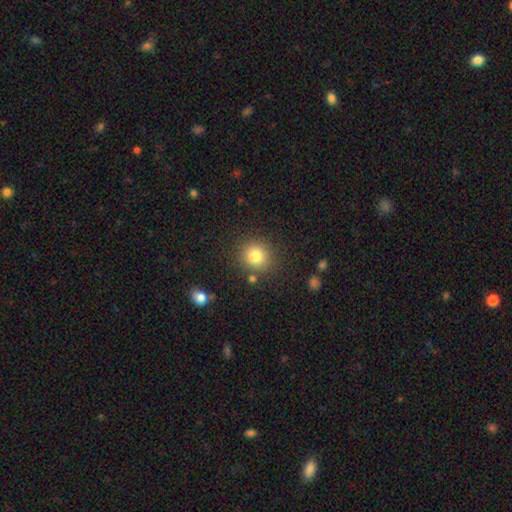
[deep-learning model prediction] Q: Smooth or featured?
A: smooth (81%); runner-up: star or artifact (12%)
Q: How rounded?
A: round (87%); runner-up: in between (12%)
Q: Merging?
A: none (83%); runner-up: minor disturbance (9%)